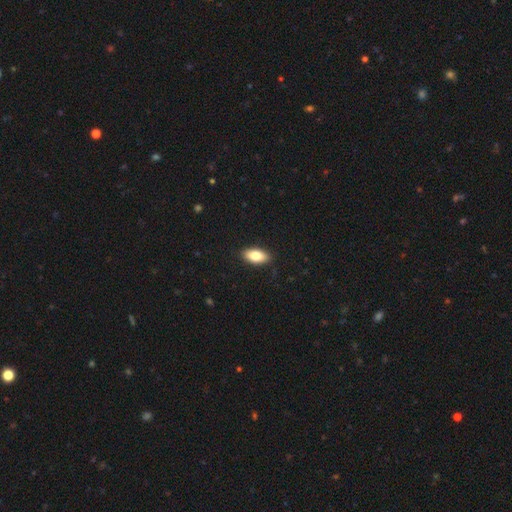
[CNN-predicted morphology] Smooth or featured? Predicted: smooth (p=0.80). How rounded? Predicted: in between (p=0.91). Merging? Predicted: none (p=0.90).